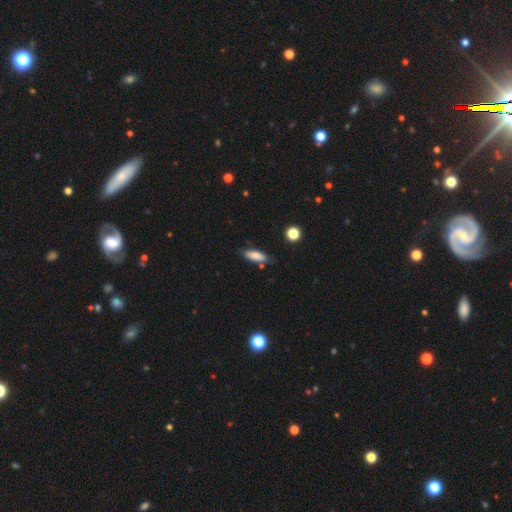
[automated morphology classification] smooth-or-featured: smooth: 82% | featured or disk: 11% | star or artifact: 8%
  how-rounded: in between: 62% | cigar-shaped: 36% | round: 2%
  merging: none: 74% | minor disturbance: 18% | merger: 4% | major disturbance: 4%